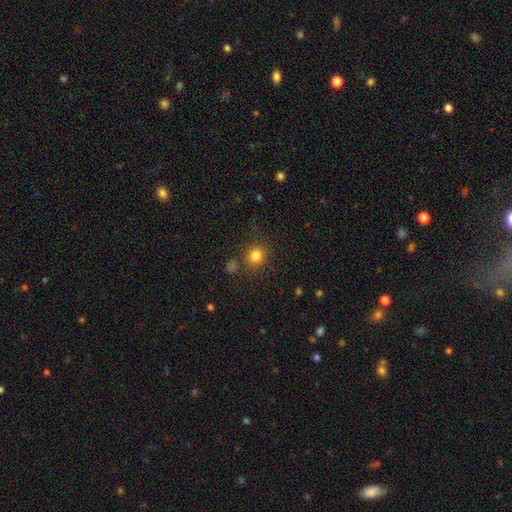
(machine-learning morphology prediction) smooth 82%, star or artifact 13%, featured or disk 5%. Down the decision tree: how rounded — round (87%); merging — none (83%).